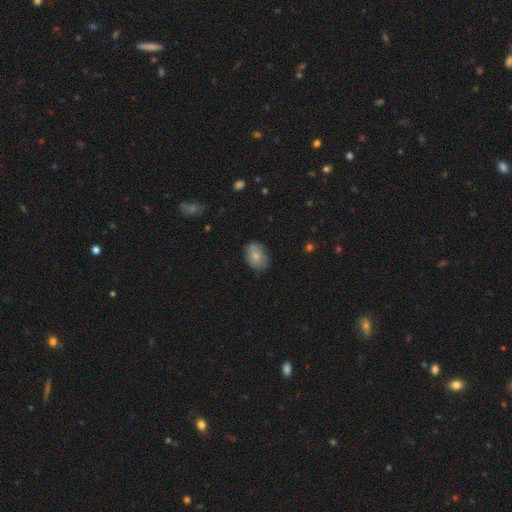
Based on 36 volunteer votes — This appears to be a smooth galaxy with no disk features (78%) that is in between round and cigar-shaped (68%). Merging: none (77%).